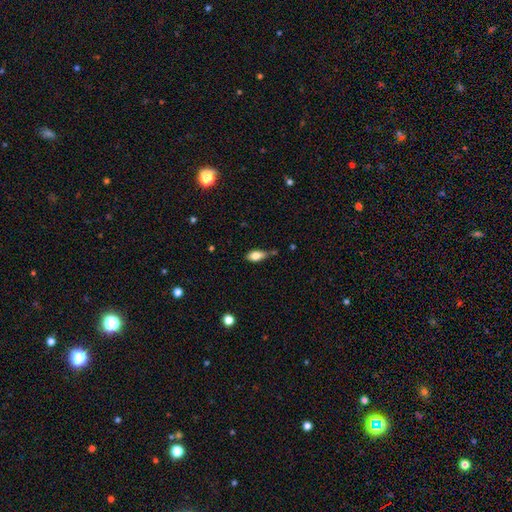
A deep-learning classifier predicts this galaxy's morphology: The model was most divided on "merging": none: 55%, minor disturbance: 30%, merger: 8%, major disturbance: 7%. More confident: how rounded — in between (86%); smooth or featured — smooth (74%).